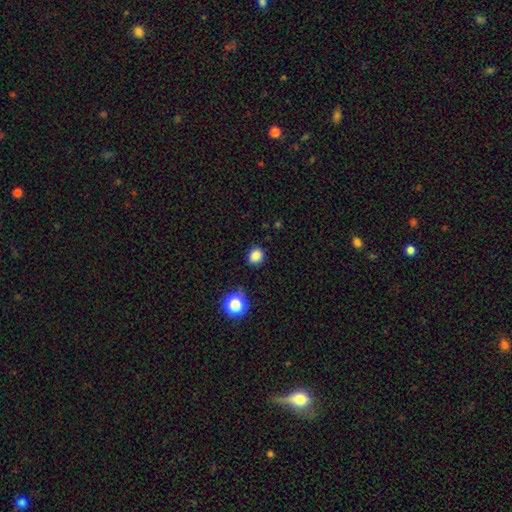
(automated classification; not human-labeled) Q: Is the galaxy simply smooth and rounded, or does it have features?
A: smooth — 83%.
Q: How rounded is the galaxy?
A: round — 71%.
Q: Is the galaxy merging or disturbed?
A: none — 83%.